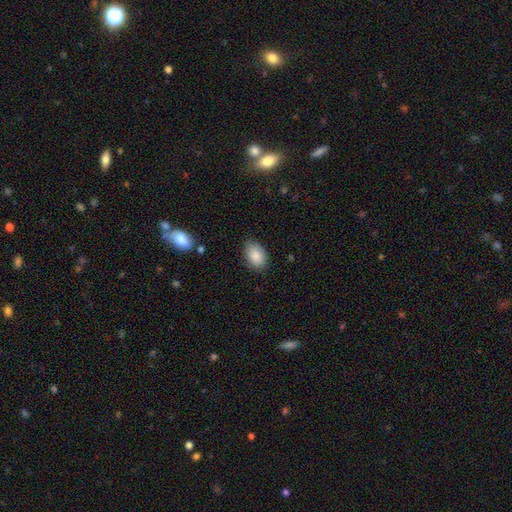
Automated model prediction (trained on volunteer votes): Smooth or featured?
  - smooth: 86% *
  - star or artifact: 7%
  - featured or disk: 7%
How rounded?
  - in between: 87% *
  - round: 12%
  - cigar-shaped: 1%
Merging?
  - none: 80% *
  - minor disturbance: 15%
  - major disturbance: 3%
  - merger: 1%